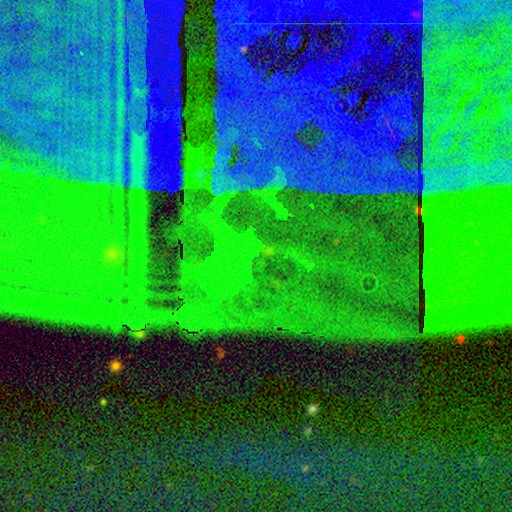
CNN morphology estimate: Smooth or featured: star or artifact — 87% (featured or disk — 7%)